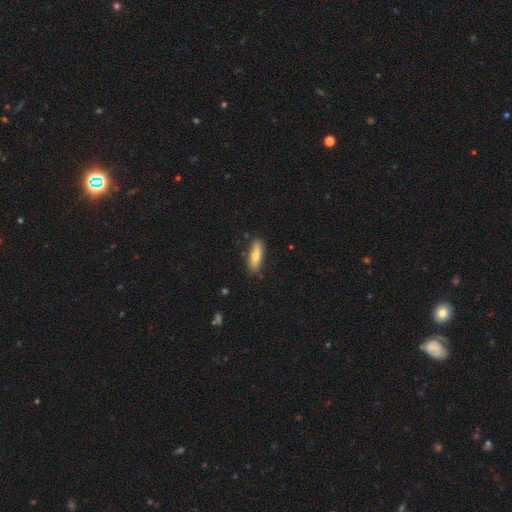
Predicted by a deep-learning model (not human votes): Overall: smooth (72%). How rounded: cigar-shaped (52%; in between 46%). Merging: none (82%).